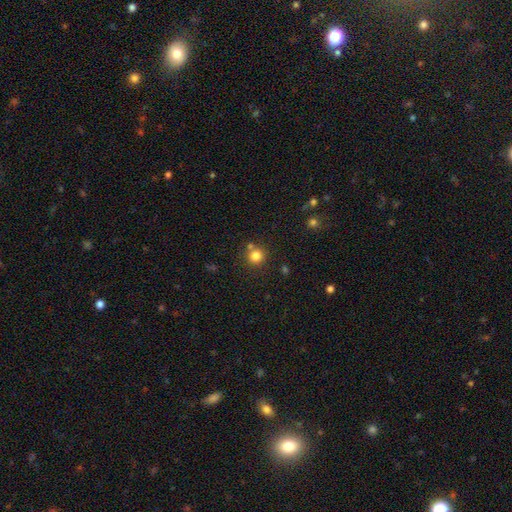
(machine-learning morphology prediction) Smooth or featured: smooth — 81% (star or artifact — 13%)
How rounded: round — 92% (in between — 7%)
Merging: none — 74% (merger — 14%)